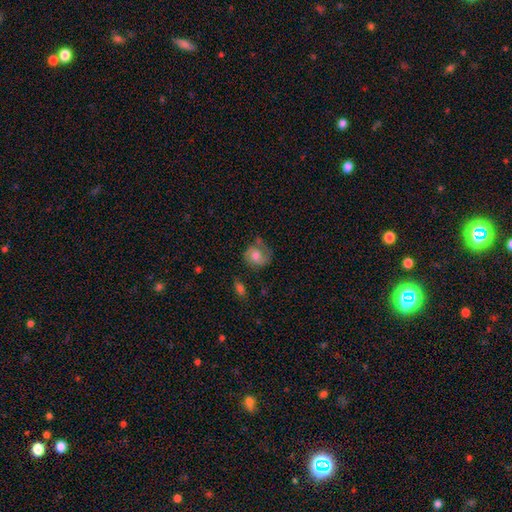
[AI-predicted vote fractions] Smooth or featured: featured or disk — 51% (smooth — 42%)
Edge-on disk: no — 97% (yes — 3%)
Merging: none — 54% (minor disturbance — 26%)